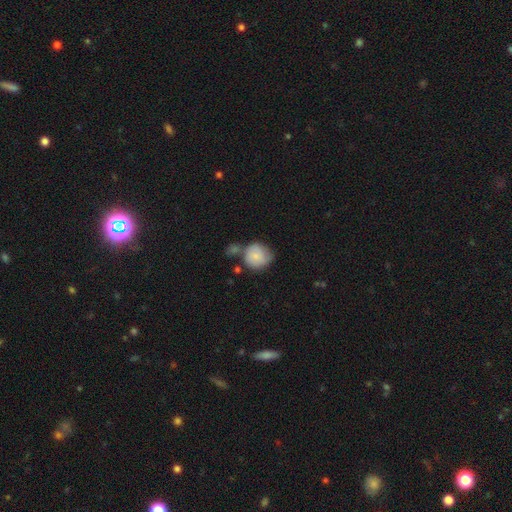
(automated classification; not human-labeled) This appears to be a smooth galaxy with no disk features (79%) that is round (86%). Merging: none (45%).